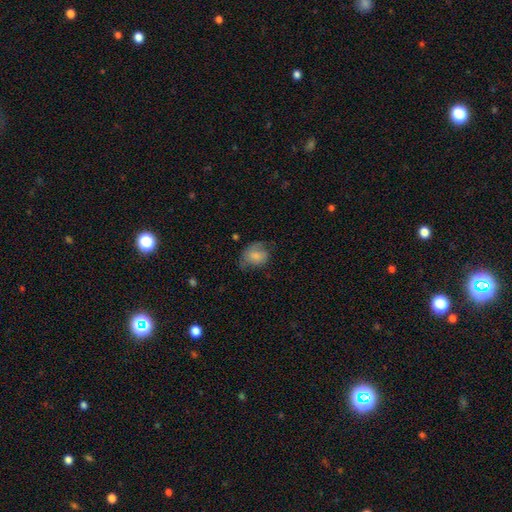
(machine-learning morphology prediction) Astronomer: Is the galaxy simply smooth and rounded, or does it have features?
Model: smooth — 71%.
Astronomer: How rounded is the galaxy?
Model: round — 50% (runner-up: in between, 49%).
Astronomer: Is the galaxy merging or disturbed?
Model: none — 49% (runner-up: minor disturbance, 33%).